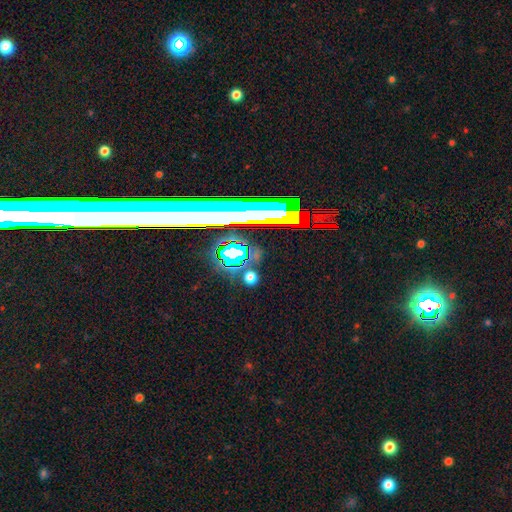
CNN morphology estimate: Smooth or featured?
  - star or artifact: 49% *
  - featured or disk: 26%
  - smooth: 25%